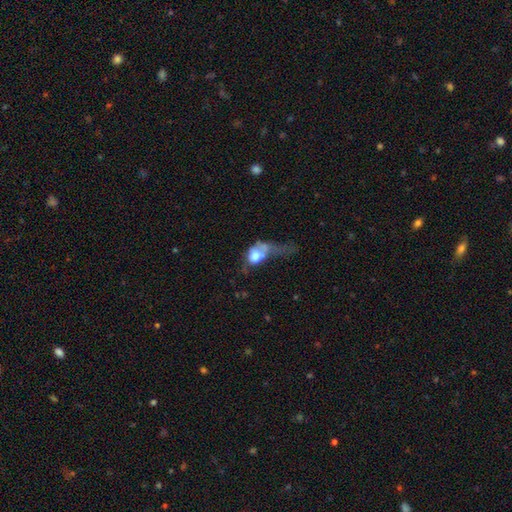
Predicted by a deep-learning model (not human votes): This is possibly a smooth galaxy (59%). How rounded: likely in between (64%). Merging: possibly major disturbance (54%).